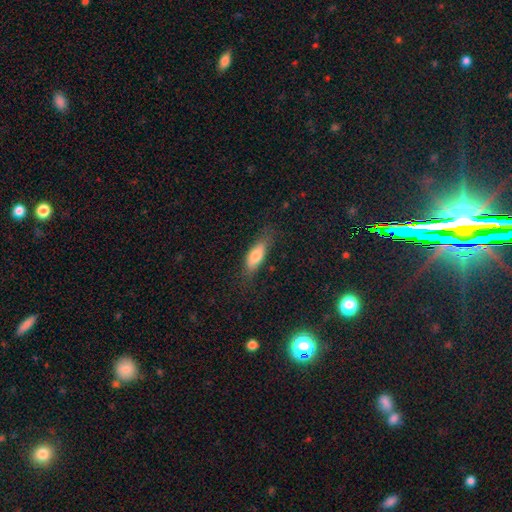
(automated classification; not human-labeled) smooth-or-featured: smooth: 76% | featured or disk: 17% | star or artifact: 7%
  how-rounded: in between: 67% | cigar-shaped: 31% | round: 2%
  merging: none: 72% | minor disturbance: 20% | major disturbance: 7% | merger: 1%